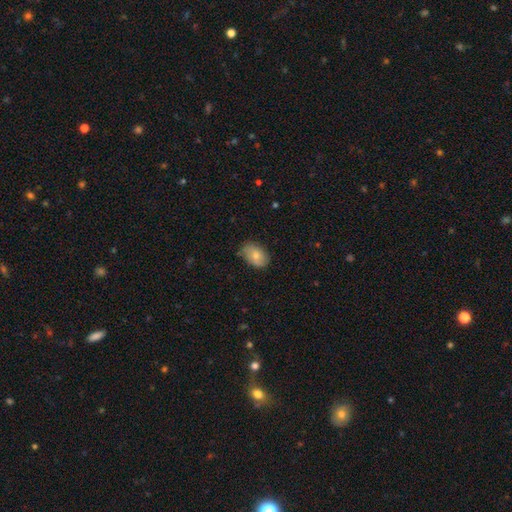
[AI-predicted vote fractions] Smooth or featured? Predicted: smooth (p=0.76). How rounded? Predicted: in between (p=0.86). Merging? Predicted: none (p=0.76).